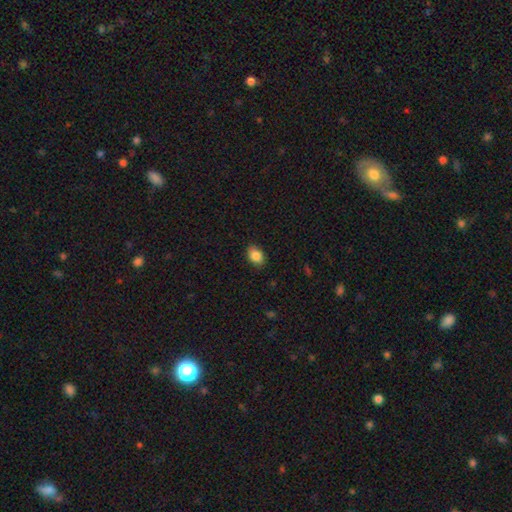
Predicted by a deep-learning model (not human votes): Q: Smooth or featured?
A: smooth (85%); runner-up: star or artifact (9%)
Q: How rounded?
A: in between (76%); runner-up: round (23%)
Q: Merging?
A: none (87%); runner-up: minor disturbance (10%)